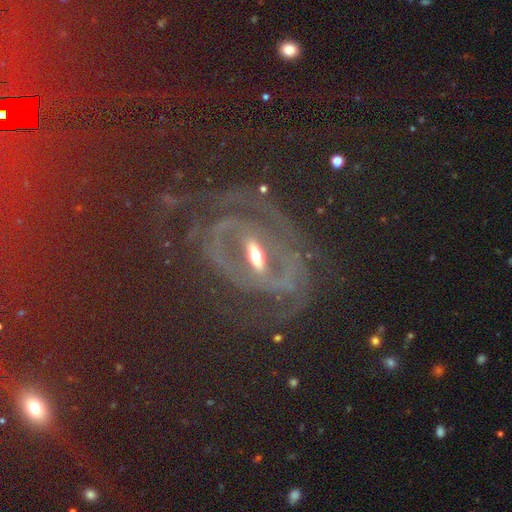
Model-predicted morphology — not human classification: The model was most divided on "spiral winding": tight: 48%, medium: 34%, loose: 18%. Remaining: edge-on disk — no (92%); smooth or featured — featured or disk (88%); spiral arms — yes (79%); bulge size — moderate (60%); merging — none (55%); bar — strong (52%); spiral arm count — 2 (46%).